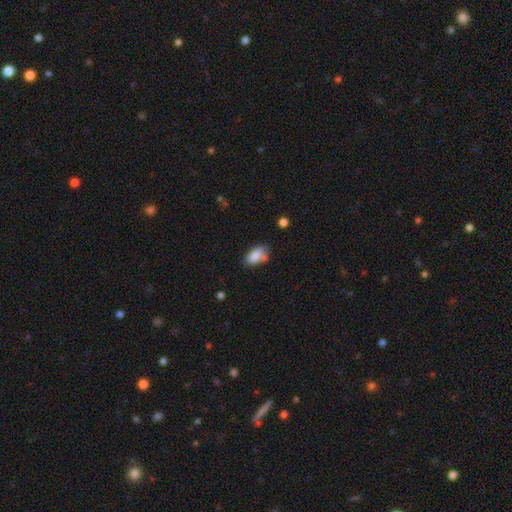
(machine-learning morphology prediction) Smooth or featured? Predicted: smooth (p=0.84). How rounded? Predicted: in between (p=0.91). Merging? Predicted: none (p=0.59).